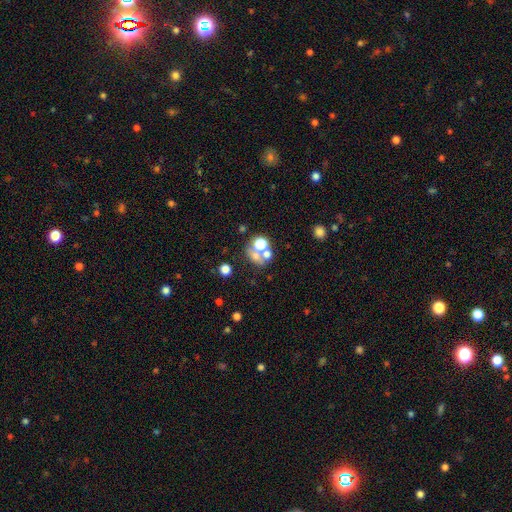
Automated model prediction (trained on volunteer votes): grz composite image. It shows a smooth galaxy with no disk features (52%) that is round (67%). Merging: merger (47%).